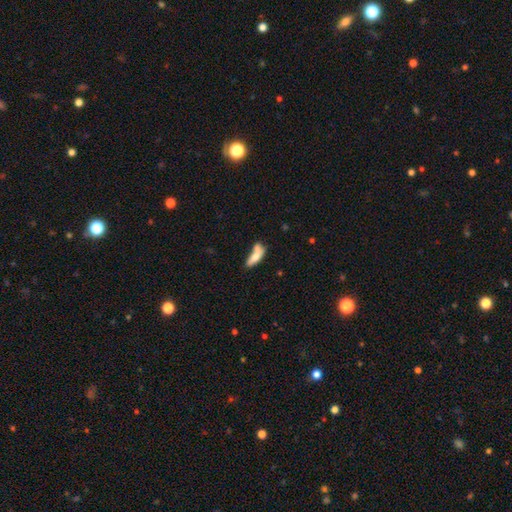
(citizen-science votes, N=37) smooth_or_featured: smooth (p=0.70) [alt: featured or disk p=0.27]
how_rounded: in between (p=0.50) [tied with: cigar-shaped p=0.50]
merging: none (p=0.39) [alt: merger p=0.33]